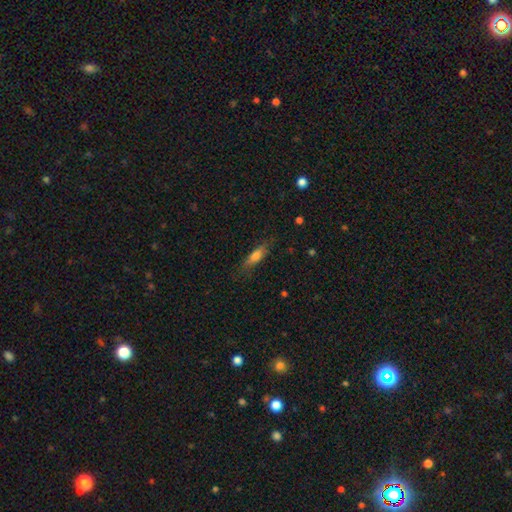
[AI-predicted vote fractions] Smooth or featured? smooth (72%)
How rounded? cigar-shaped (52%)
Merging? none (76%)